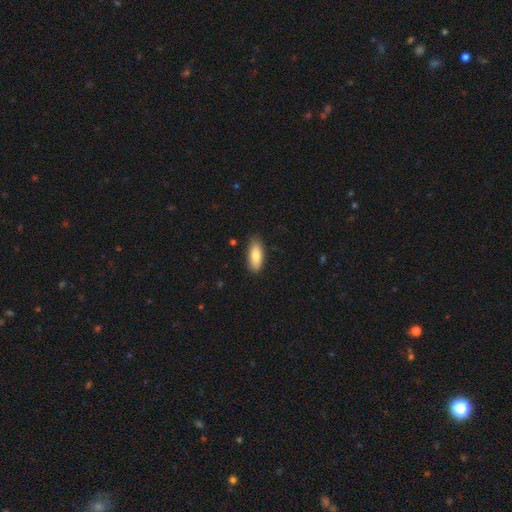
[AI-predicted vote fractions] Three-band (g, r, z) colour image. It shows a smooth galaxy with no disk features (81%) that is in between round and cigar-shaped (78%). Merging: none (83%).